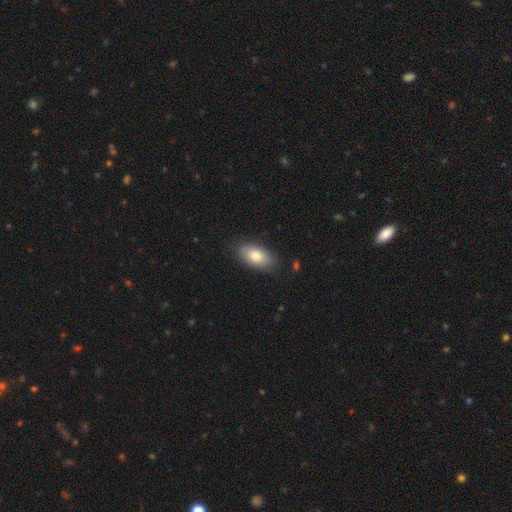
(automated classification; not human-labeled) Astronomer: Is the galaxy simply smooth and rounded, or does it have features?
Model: smooth — 82%.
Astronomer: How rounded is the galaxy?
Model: in between — 92%.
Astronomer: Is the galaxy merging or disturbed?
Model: none — 83%.